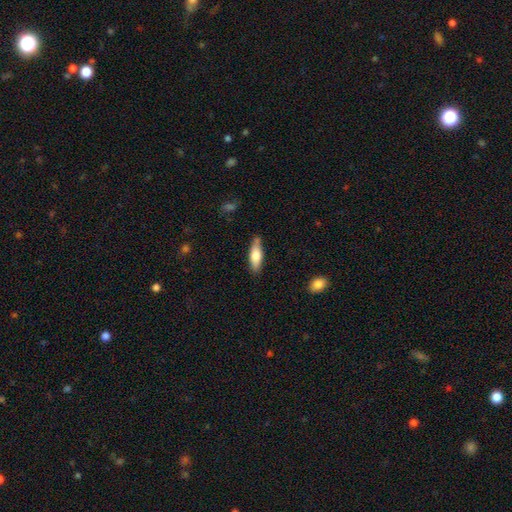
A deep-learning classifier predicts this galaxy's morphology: Smooth or featured: smooth — 69% (featured or disk — 25%)
How rounded: cigar-shaped — 53% (in between — 45%)
Merging: none — 79% (minor disturbance — 15%)